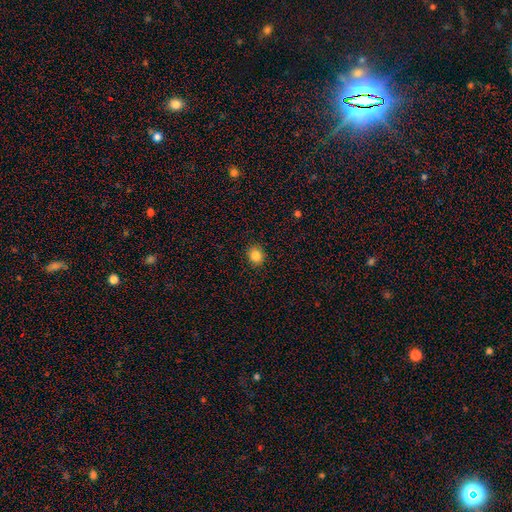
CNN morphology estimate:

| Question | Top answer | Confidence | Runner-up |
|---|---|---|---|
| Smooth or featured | smooth | 85% | star or artifact (11%) |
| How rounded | round | 76% | in between (23%) |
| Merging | none | 91% | minor disturbance (6%) |